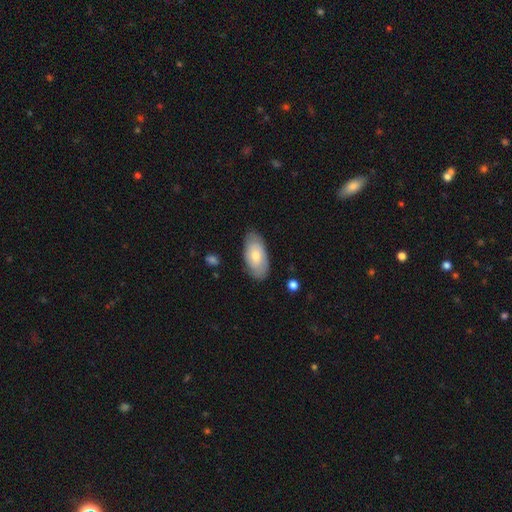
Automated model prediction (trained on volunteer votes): smooth_or_featured: smooth (p=0.62) [alt: featured or disk p=0.32]
how_rounded: in between (p=0.94) [alt: cigar-shaped p=0.03]
merging: none (p=0.80) [alt: minor disturbance p=0.15]